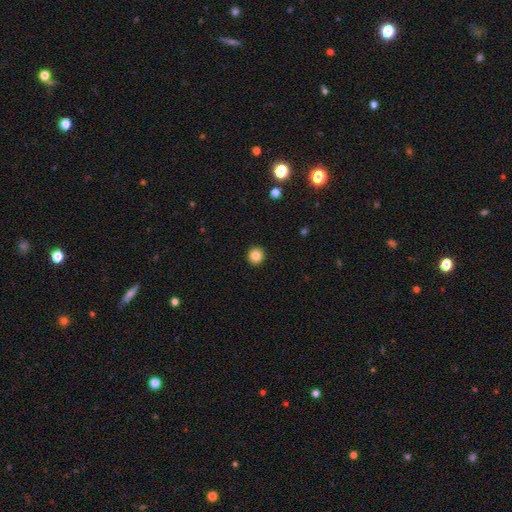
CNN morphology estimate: A smooth galaxy with no disk features (83%) that is round (93%). Merging: none (93%).